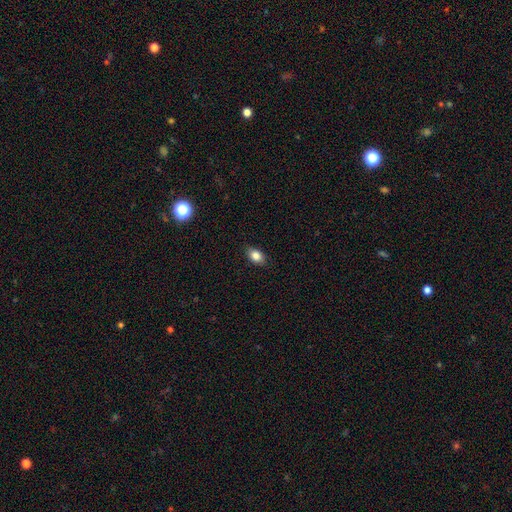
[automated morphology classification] A smooth galaxy with no disk features (84%) that is in between round and cigar-shaped (83%). Merging: none (87%).